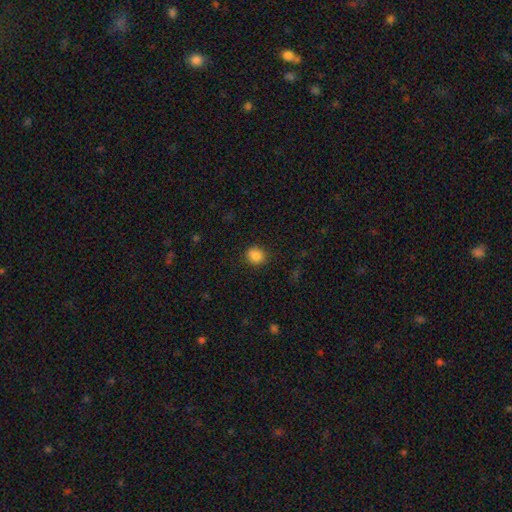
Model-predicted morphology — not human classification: This is clearly a smooth galaxy (86%). How rounded: likely round (73%). Merging: clearly none (85%).